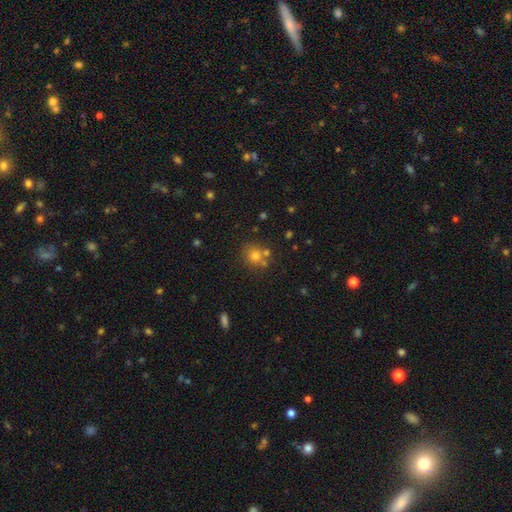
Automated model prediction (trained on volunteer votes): Q: Smooth or featured?
A: smooth (68%); runner-up: star or artifact (21%)
Q: How rounded?
A: round (86%); runner-up: in between (13%)
Q: Merging?
A: none (69%); runner-up: merger (19%)